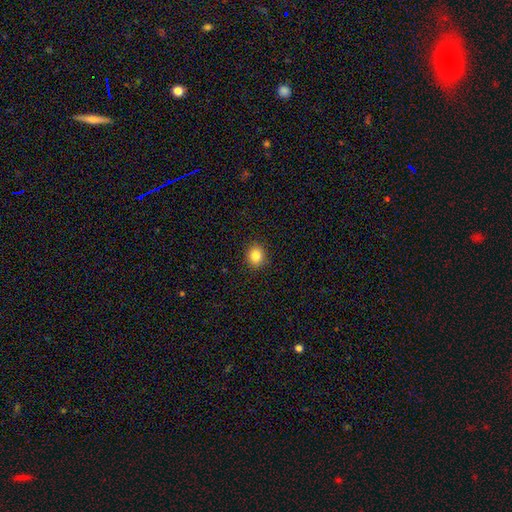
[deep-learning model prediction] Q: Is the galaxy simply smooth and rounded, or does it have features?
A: smooth — 85%.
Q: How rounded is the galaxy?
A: round — 79%.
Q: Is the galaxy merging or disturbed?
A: none — 90%.